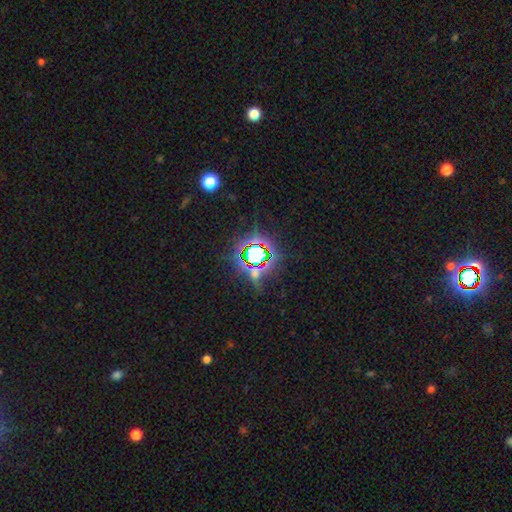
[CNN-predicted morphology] Smooth or featured? star or artifact (75%)